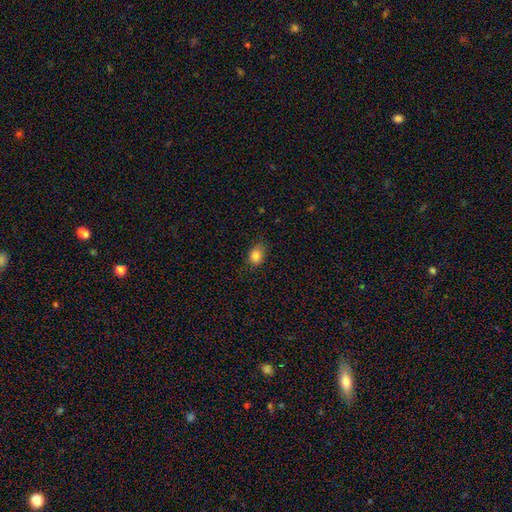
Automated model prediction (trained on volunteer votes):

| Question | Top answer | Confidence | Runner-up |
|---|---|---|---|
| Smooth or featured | smooth | 83% | star or artifact (10%) |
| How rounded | in between | 60% | round (39%) |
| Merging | none | 76% | minor disturbance (19%) |